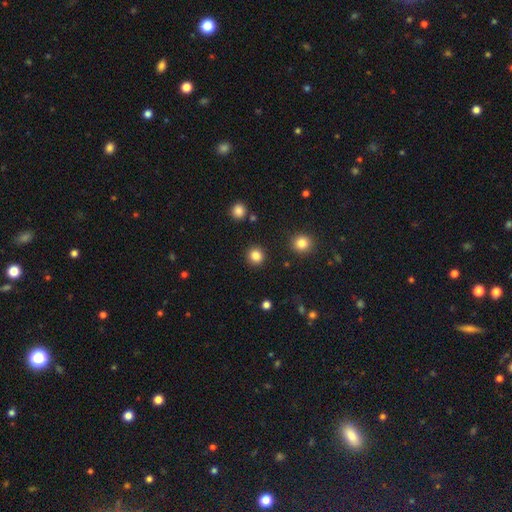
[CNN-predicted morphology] smooth_or_featured: smooth (p=0.85) [alt: star or artifact p=0.11]
how_rounded: round (p=0.92) [alt: in between p=0.07]
merging: none (p=0.91) [alt: minor disturbance p=0.05]